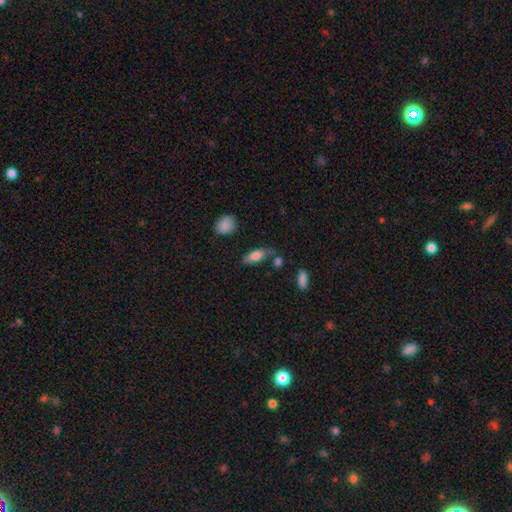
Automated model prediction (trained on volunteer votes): A smooth galaxy with no disk features (77%) that is in between round and cigar-shaped (70%). Merging: none (62%).